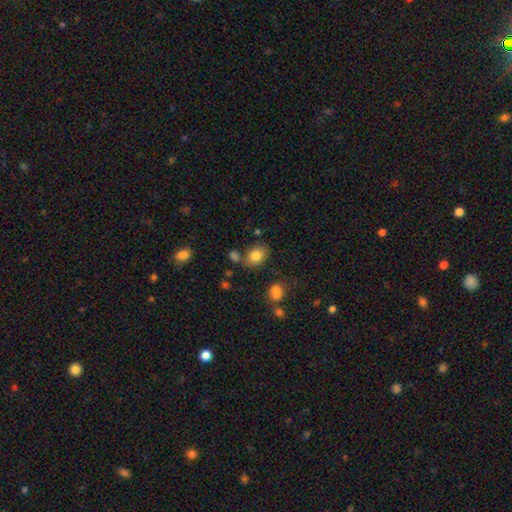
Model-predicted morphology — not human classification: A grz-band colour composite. It shows a smooth galaxy with no disk features (81%) that is in between round and cigar-shaped (69%). Merging: none (72%).